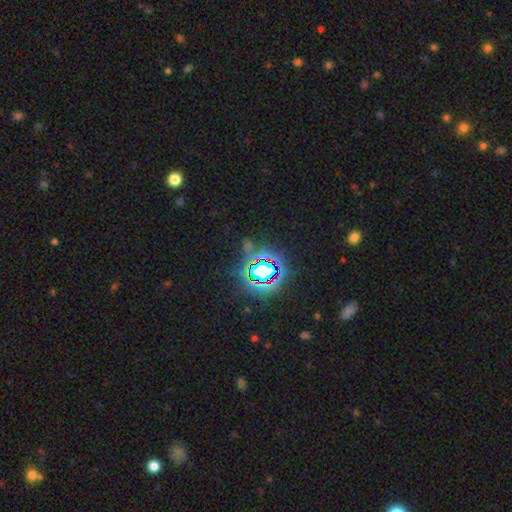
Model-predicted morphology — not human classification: Overall: star or artifact (81%).